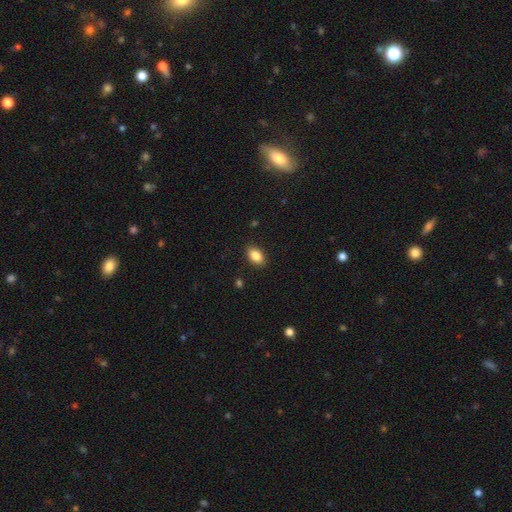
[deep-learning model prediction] Q: Smooth or featured?
A: smooth (87%); runner-up: star or artifact (8%)
Q: How rounded?
A: in between (89%); runner-up: round (9%)
Q: Merging?
A: none (88%); runner-up: minor disturbance (8%)